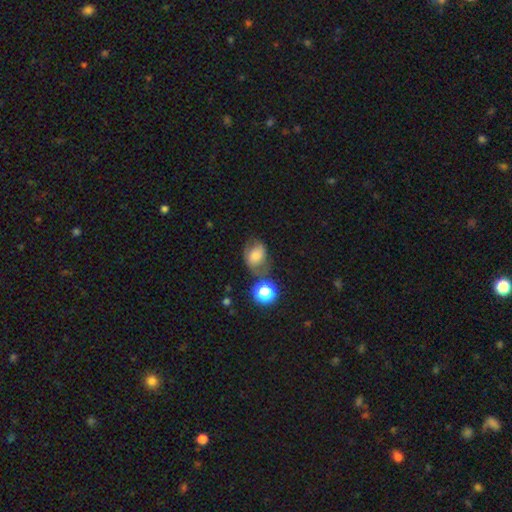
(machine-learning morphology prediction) type=smooth (63%); roundness=in between (59%); merging=none (47%).